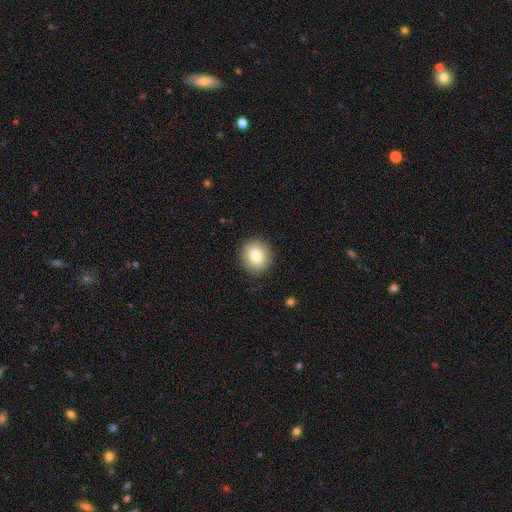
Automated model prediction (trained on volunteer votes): Smooth or featured? Predicted: smooth (p=0.79). How rounded? Predicted: round (p=0.89). Merging? Predicted: none (p=0.90).